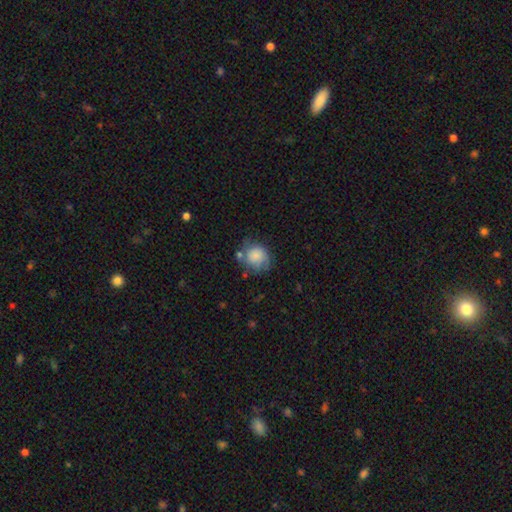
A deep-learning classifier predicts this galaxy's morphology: Overall: smooth (75%). How rounded: round (76%). Merging: none (56%; minor disturbance 26%).